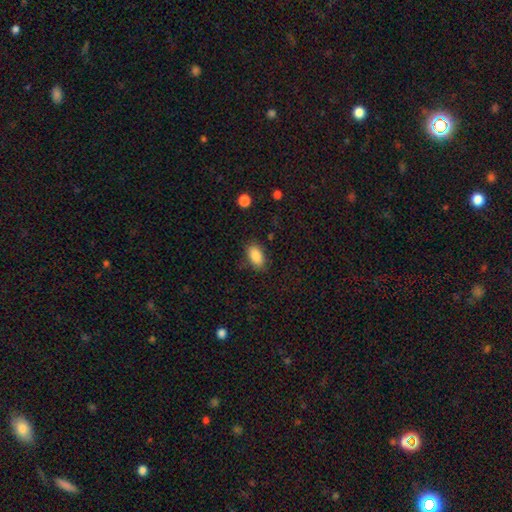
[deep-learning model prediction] smooth 87%, star or artifact 8%, featured or disk 5%. Down the decision tree: how rounded — in between (91%); merging — none (82%).